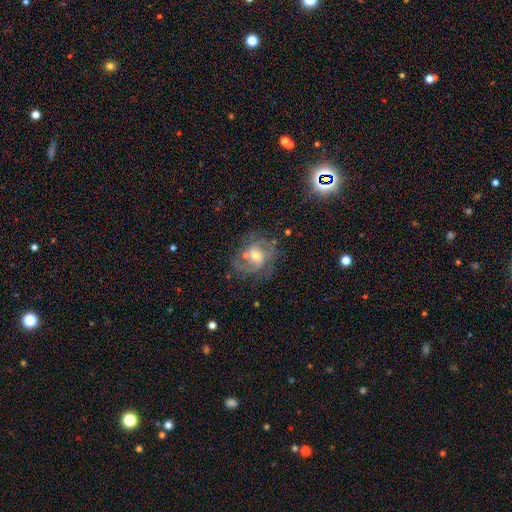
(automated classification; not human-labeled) Smooth or featured: featured or disk — 71% (smooth — 19%)
Edge-on disk: no — 97% (yes — 3%)
Bar: no — 56% (weak — 36%)
Spiral arms: yes — 80% (no — 20%)
Spiral winding: medium — 46% (tight — 29%)
Spiral arm count: 2 — 39% (can't tell — 30%)
Bulge size: moderate — 58% (small — 35%)
Merging: none — 56% (minor disturbance — 20%)